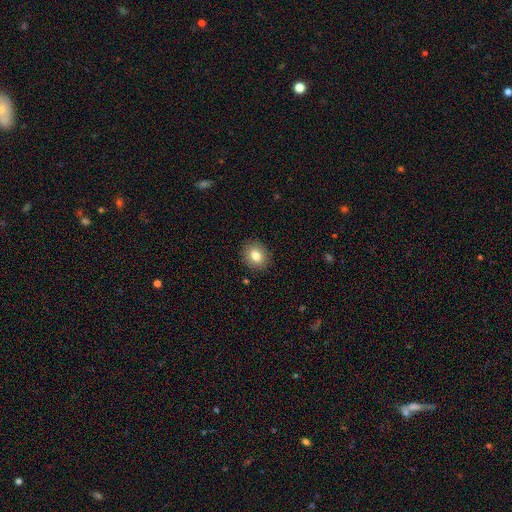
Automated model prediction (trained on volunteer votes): A smooth galaxy with no disk features (81%) that is round (63%).

Vote fractions:
- Smooth or featured? smooth: 81% / featured or disk: 10% / star or artifact: 9%
- How rounded? round: 63% / in between: 36% / cigar-shaped: 1%
- Merging? none: 90% / minor disturbance: 7% / major disturbance: 2% / merger: 1%